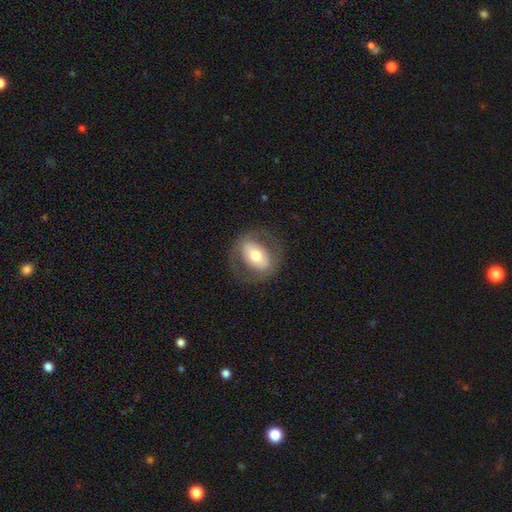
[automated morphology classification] A featured or disk galaxy (47%, tied with smooth).

Vote fractions:
- Smooth or featured? featured or disk: 47% (tied) / smooth: 47% (tied) / star or artifact: 6%
- Merging? none: 76% / minor disturbance: 13% / major disturbance: 10% / merger: 1%